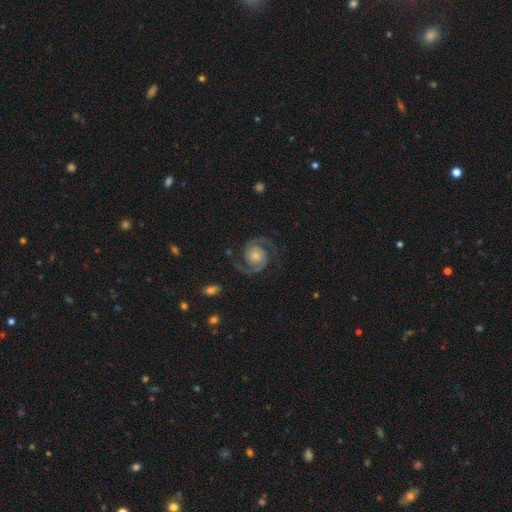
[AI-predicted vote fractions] Overall: featured or disk (92%). Edge-on disk: no (98%). Bar: no (74%). Spiral arms: yes (98%). Spiral arm count: 2 (95%). Spiral winding: medium (58%; tight 25%). Bulge size: small (38%; moderate 36%). Merging: none (83%).